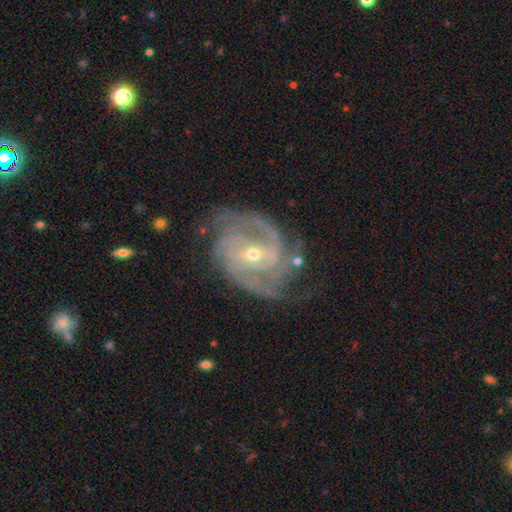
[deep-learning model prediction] smooth-or-featured: featured or disk: 91% | star or artifact: 5% | smooth: 4%
  disk-edge-on: no: 97% | yes: 3%
    bar: weak: 43% | no: 32% | strong: 25%
    has-spiral-arms: yes: 98% | no: 2%
      spiral-winding: tight: 58% | medium: 36% | loose: 6%
      spiral-arm-count: 2: 35% | 3: 29% | can't tell: 14% | 4: 12% | more than 4: 5% | 1: 5%
    bulge-size: small: 53% | moderate: 44% | large: 1% | none: 1% | dominant: 1%
  merging: none: 70% | minor disturbance: 20% | major disturbance: 8% | merger: 2%